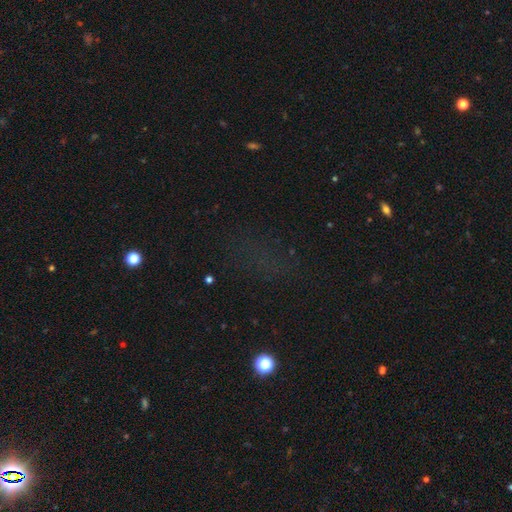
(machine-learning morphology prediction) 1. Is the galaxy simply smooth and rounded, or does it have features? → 60% star or artifact, 27% smooth, 12% featured or disk.